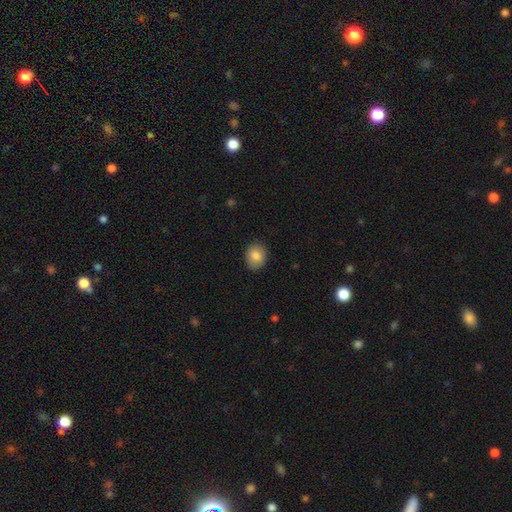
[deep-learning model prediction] smooth 85%, star or artifact 8%, featured or disk 7%. Down the decision tree: how rounded — round (50%); merging — none (87%).